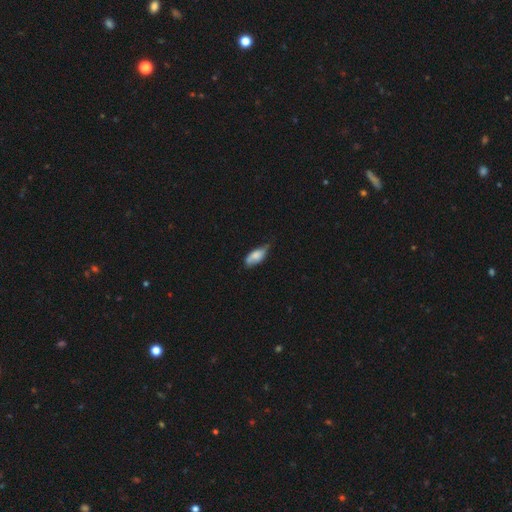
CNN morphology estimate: smooth_or_featured: smooth (p=0.67) [alt: featured or disk p=0.26]
how_rounded: in between (p=0.84) [alt: cigar-shaped p=0.13]
merging: none (p=0.45) [alt: minor disturbance p=0.43]